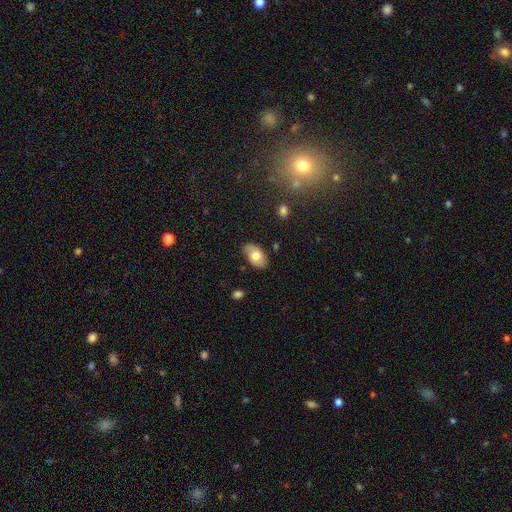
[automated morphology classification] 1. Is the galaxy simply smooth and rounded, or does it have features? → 74% smooth, 20% featured or disk, 7% star or artifact.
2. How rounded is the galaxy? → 94% in between, 5% round, 2% cigar-shaped.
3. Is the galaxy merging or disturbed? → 79% none, 16% minor disturbance, 3% major disturbance, 2% merger.